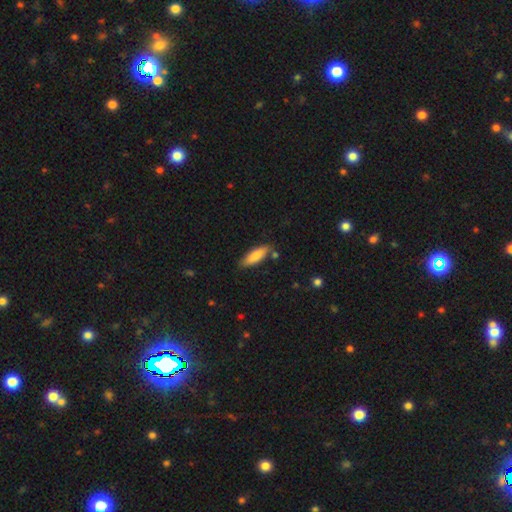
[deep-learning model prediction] smooth_or_featured: smooth (p=0.81) [alt: featured or disk p=0.13]
how_rounded: in between (p=0.50) [alt: cigar-shaped p=0.49]
merging: none (p=0.79) [alt: minor disturbance p=0.14]